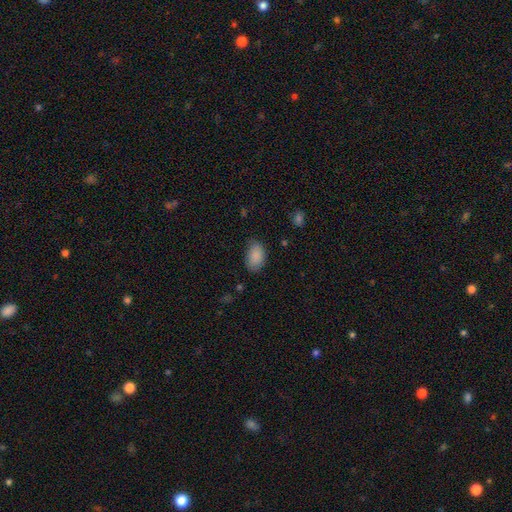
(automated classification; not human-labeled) A smooth galaxy with no disk features (88%) that is in between round and cigar-shaped (91%). Merging: none (71%).